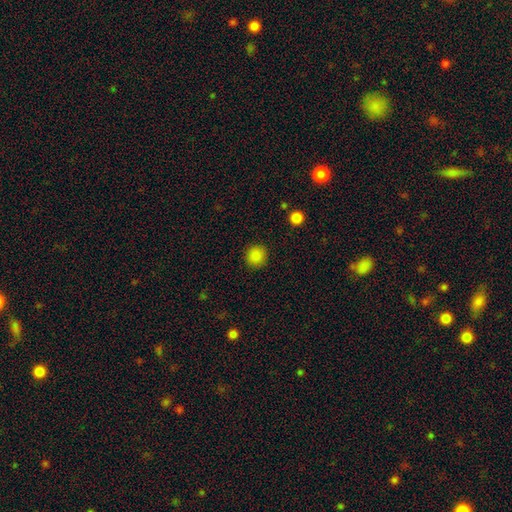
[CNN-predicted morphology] This appears to be a smooth galaxy with no disk features (87%) that is round (91%). Merging: none (91%).